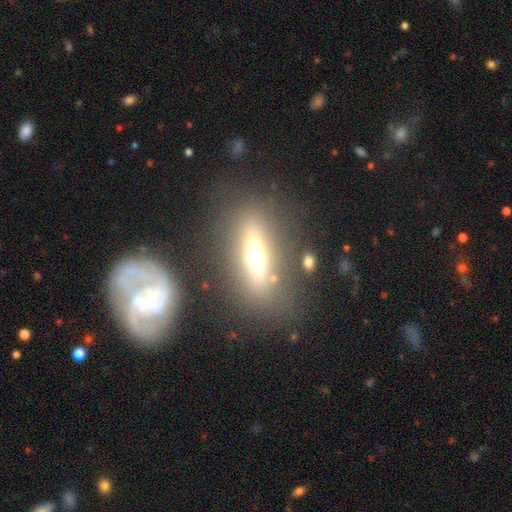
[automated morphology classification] Overall: featured or disk (49%; smooth 36%). Merging: none (79%).